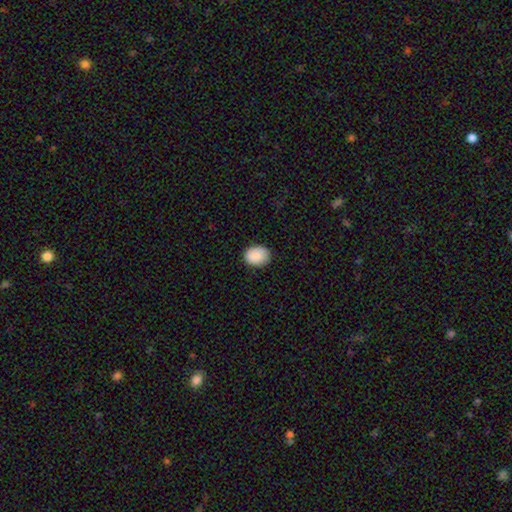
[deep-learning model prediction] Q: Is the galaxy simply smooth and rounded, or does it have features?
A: smooth — 89%.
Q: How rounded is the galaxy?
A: in between — 59%.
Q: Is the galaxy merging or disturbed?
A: none — 85%.